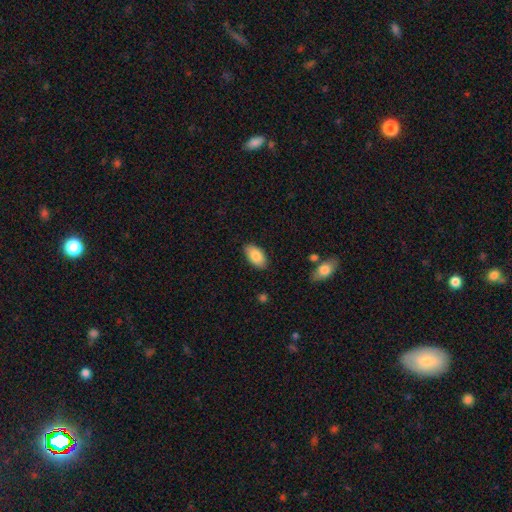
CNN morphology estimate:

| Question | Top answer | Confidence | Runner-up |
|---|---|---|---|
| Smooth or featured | smooth | 86% | featured or disk (8%) |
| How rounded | in between | 95% | round (3%) |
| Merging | none | 84% | minor disturbance (12%) |